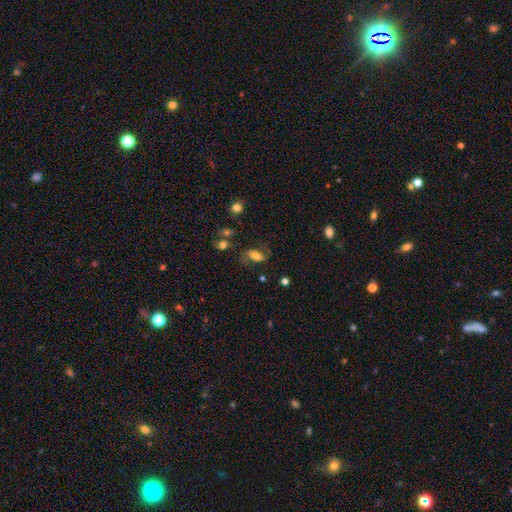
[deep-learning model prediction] Smooth or featured: smooth — 54% (featured or disk — 37%)
How rounded: in between — 85% (round — 9%)
Merging: none — 60% (minor disturbance — 22%)